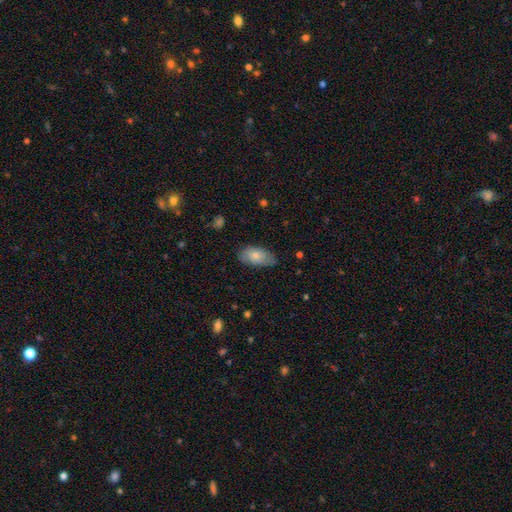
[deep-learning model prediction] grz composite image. It shows a smooth galaxy with no disk features (76%) that is in between round and cigar-shaped (93%). Merging: none (70%).